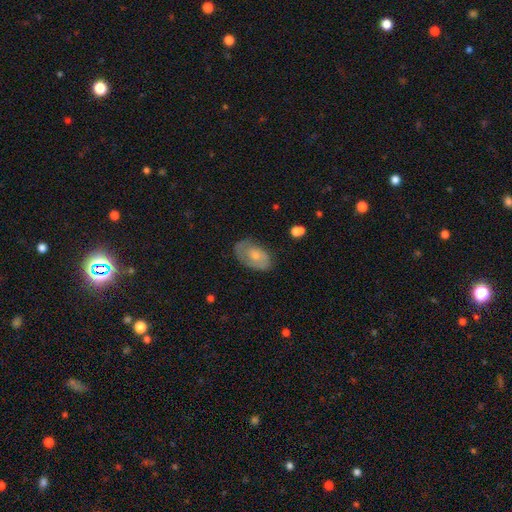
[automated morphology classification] Smooth or featured?
  - featured or disk: 52% *
  - smooth: 42%
  - star or artifact: 7%
Edge-on disk?
  - no: 94% *
  - yes: 6%
Merging?
  - none: 65% *
  - minor disturbance: 24%
  - major disturbance: 9%
  - merger: 2%